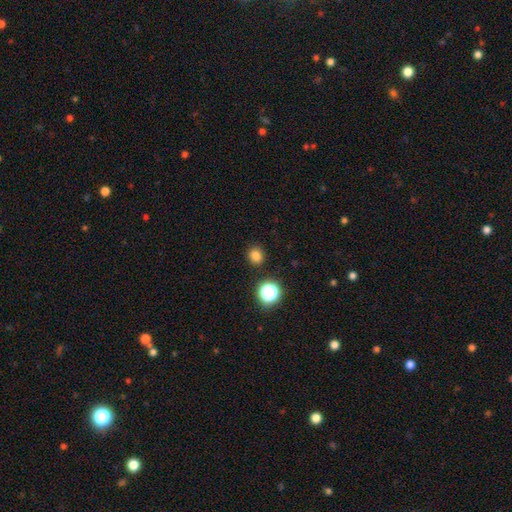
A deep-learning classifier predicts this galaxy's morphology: Q: Smooth or featured?
A: smooth (80%); runner-up: star or artifact (16%)
Q: How rounded?
A: round (78%); runner-up: in between (21%)
Q: Merging?
A: none (88%); runner-up: minor disturbance (7%)